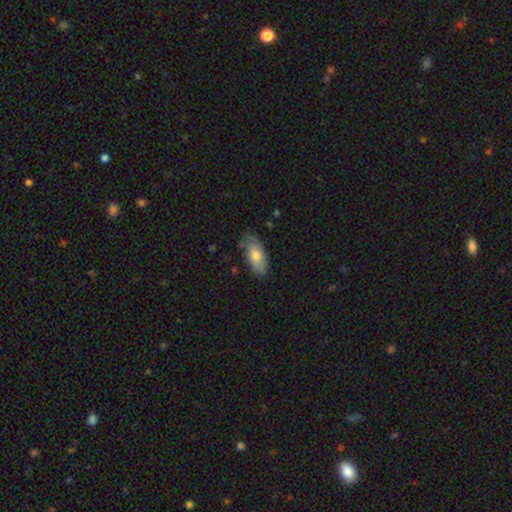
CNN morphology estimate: This appears to be a smooth galaxy with no disk features (75%) that is in between round and cigar-shaped (87%). Merging: none (74%).